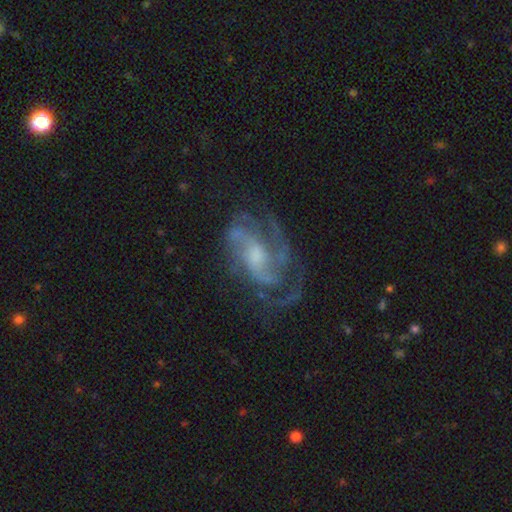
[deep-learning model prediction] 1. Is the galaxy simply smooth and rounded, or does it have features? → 84% featured or disk, 9% smooth, 7% star or artifact.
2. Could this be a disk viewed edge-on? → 97% no, 3% yes.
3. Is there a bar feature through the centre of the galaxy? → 50% no, 40% weak, 10% strong.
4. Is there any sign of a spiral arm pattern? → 92% yes, 8% no.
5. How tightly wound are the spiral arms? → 49% medium, 31% tight, 20% loose.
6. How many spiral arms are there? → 38% 2, 24% 3, 22% can't tell, 6% 1, 6% 4, 4% more than 4.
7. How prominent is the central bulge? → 40% moderate, 39% small, 12% none, 7% large, 1% dominant.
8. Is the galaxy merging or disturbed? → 55% none, 23% major disturbance, 20% minor disturbance, 2% merger.